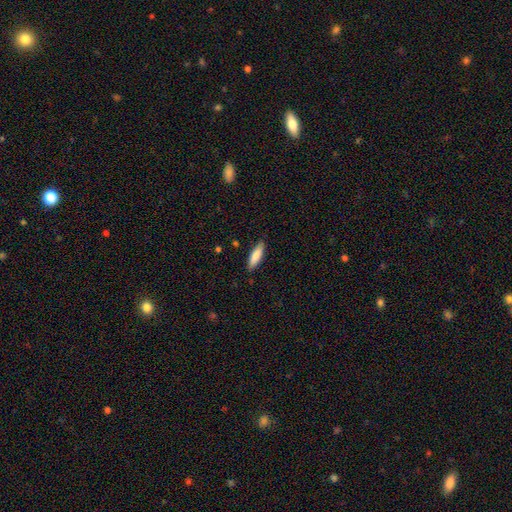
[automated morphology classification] The model was most divided on "how rounded": cigar-shaped: 62%, in between: 37%, round: 1%. More confident: merging — none (86%); smooth or featured — smooth (82%).